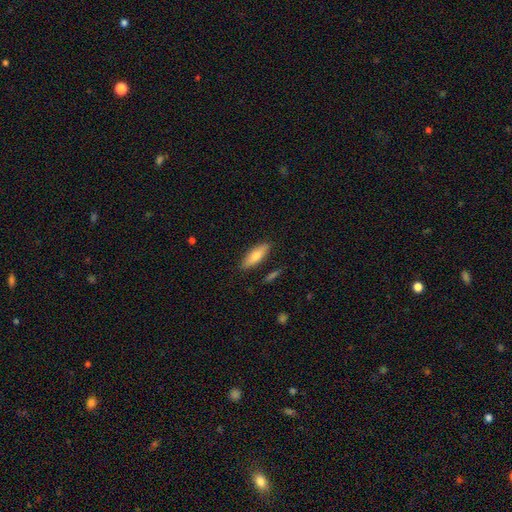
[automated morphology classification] smooth_or_featured: smooth (p=0.69) [alt: featured or disk p=0.25]
how_rounded: in between (p=0.52) [alt: cigar-shaped p=0.45]
merging: none (p=0.85) [alt: minor disturbance p=0.11]